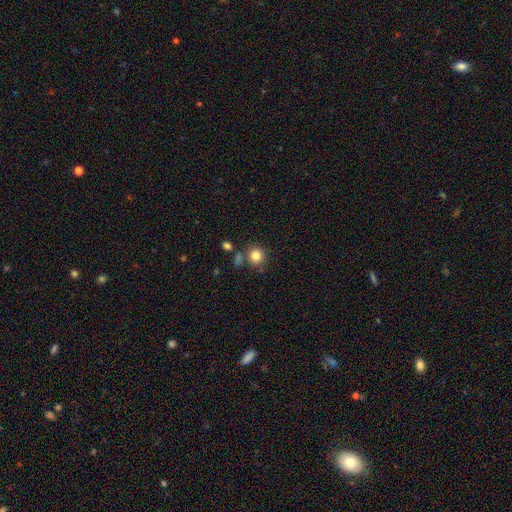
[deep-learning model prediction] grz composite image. It shows a smooth galaxy with no disk features (83%) that is round (88%). Merging: none (74%).